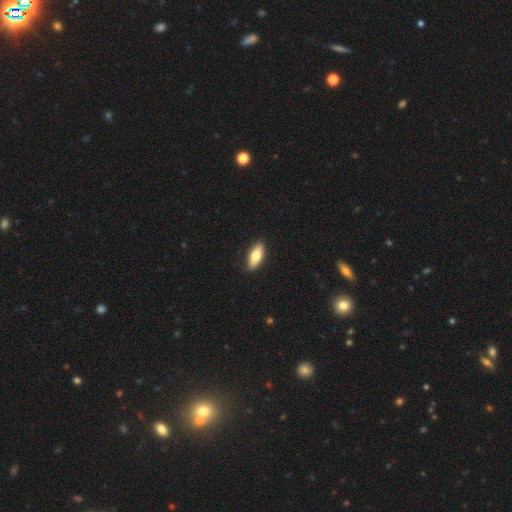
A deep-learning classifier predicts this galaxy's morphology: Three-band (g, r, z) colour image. It shows a smooth galaxy with no disk features (72%) that is in between round and cigar-shaped (77%). Merging: none (89%).